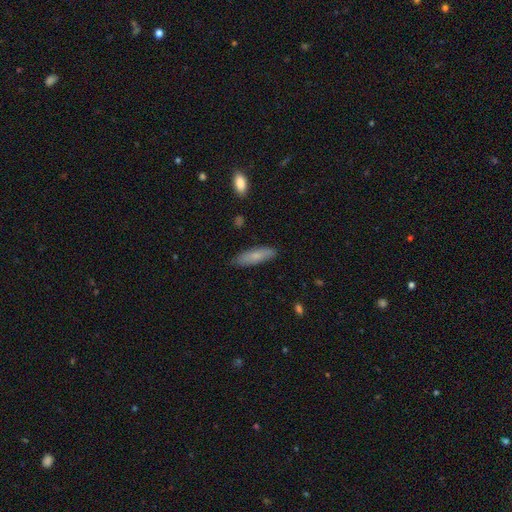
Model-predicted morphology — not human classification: Smooth or featured: smooth — 73% (featured or disk — 20%)
How rounded: cigar-shaped — 62% (in between — 37%)
Merging: none — 84% (minor disturbance — 12%)